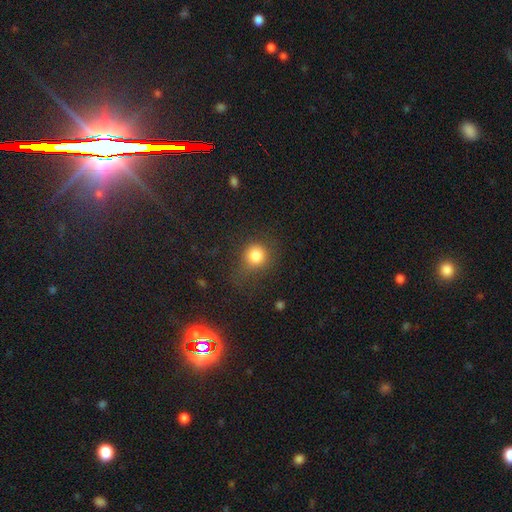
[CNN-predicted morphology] The model was most divided on "merging": none: 63%, minor disturbance: 21%, major disturbance: 14%, merger: 2%. More confident: how rounded — round (86%); smooth or featured — smooth (81%).